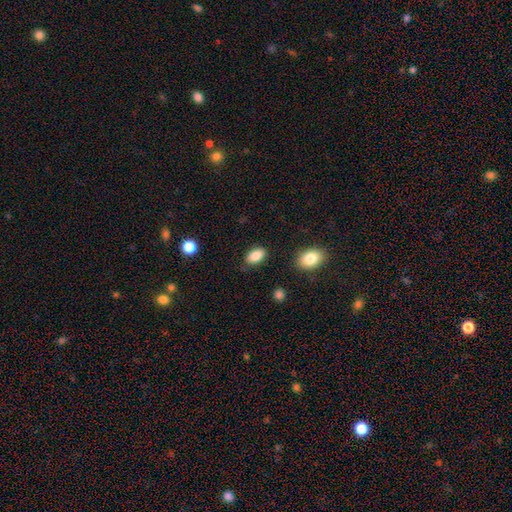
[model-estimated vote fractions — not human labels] Overall: smooth (86%). How rounded: in between (91%). Merging: none (83%).